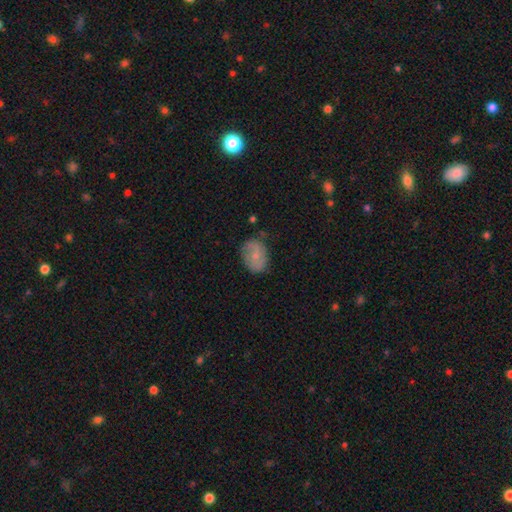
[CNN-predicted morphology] smooth 58%, featured or disk 34%, star or artifact 8%. Down the decision tree: how rounded — in between (70%); merging — none (69%).